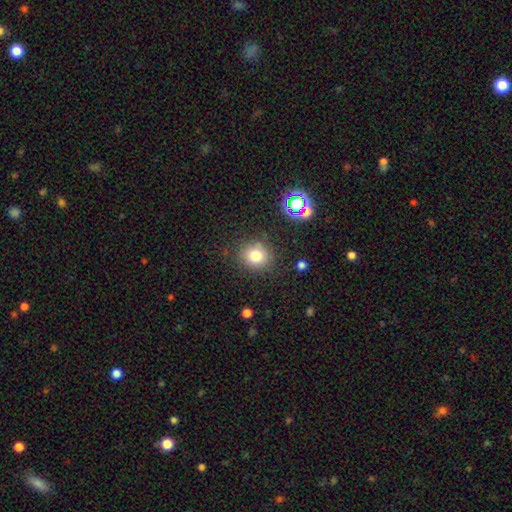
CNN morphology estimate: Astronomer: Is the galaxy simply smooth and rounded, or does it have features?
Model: smooth — 78%.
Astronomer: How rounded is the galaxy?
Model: round — 79%.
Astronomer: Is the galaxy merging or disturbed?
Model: none — 82%.